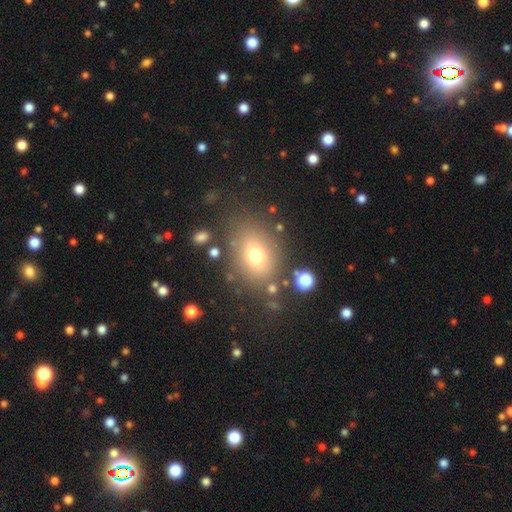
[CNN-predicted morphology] This appears to be a smooth galaxy with no disk features (69%) that is in between round and cigar-shaped (64%). Merging: none (75%).